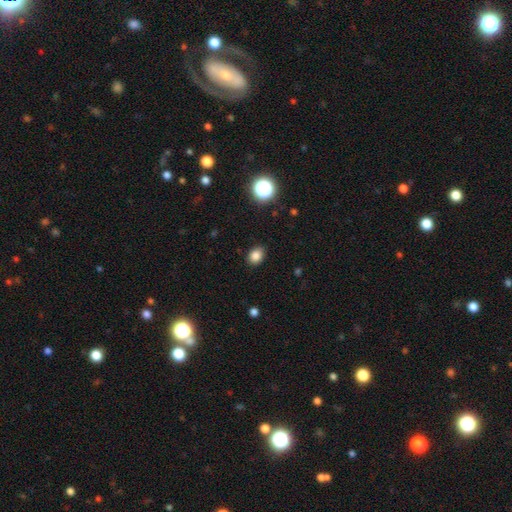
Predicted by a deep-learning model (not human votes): Smooth or featured? Predicted: smooth (p=0.83). How rounded? Predicted: in between (p=0.61). Merging? Predicted: none (p=0.87).